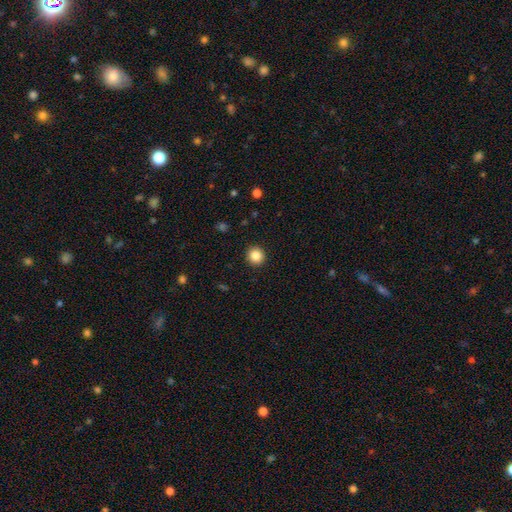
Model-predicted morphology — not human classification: The model was most divided on "smooth or featured": smooth: 86%, star or artifact: 10%, featured or disk: 4%. More confident: how rounded — round (94%); merging — none (93%).